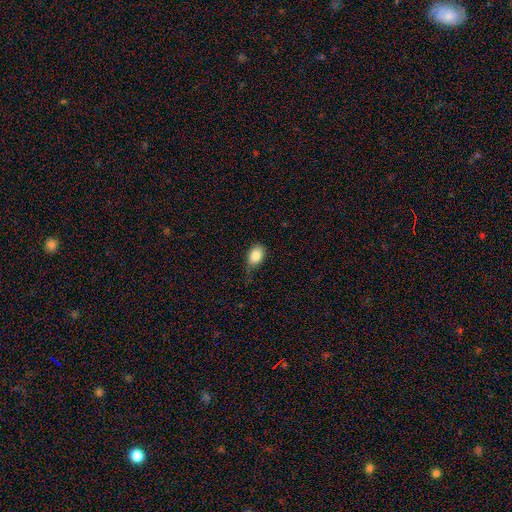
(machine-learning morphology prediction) smooth-or-featured: smooth: 85% | star or artifact: 8% | featured or disk: 7%
  how-rounded: in between: 84% | round: 15% | cigar-shaped: 2%
  merging: none: 58% | minor disturbance: 32% | major disturbance: 8% | merger: 2%